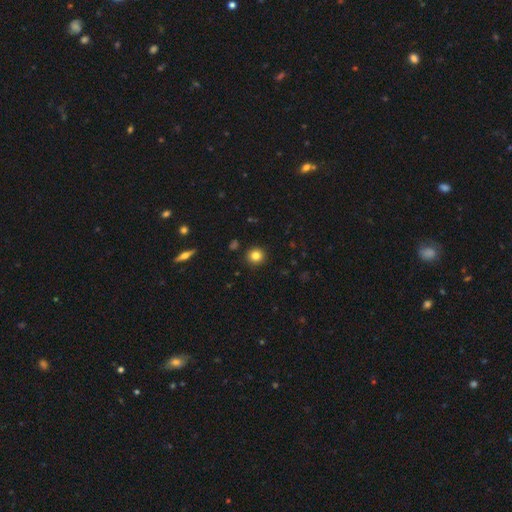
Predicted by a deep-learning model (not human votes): smooth-or-featured: smooth: 82% | star or artifact: 12% | featured or disk: 6%
  how-rounded: round: 92% | in between: 7% | cigar-shaped: 1%
  merging: none: 92% | minor disturbance: 5% | major disturbance: 2% | merger: 1%